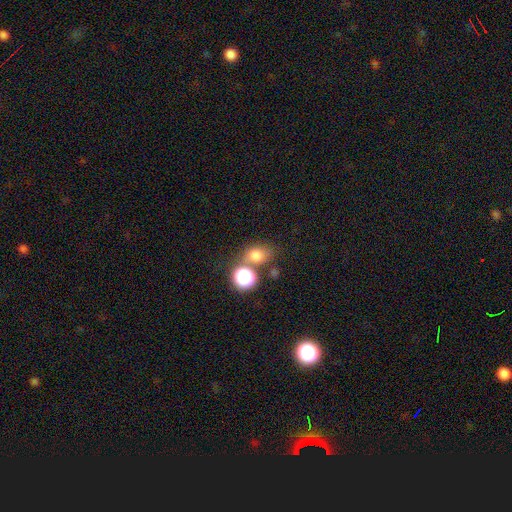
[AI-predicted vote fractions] This is likely a smooth galaxy (74%). How rounded: possibly round (50%). Merging: possibly none (56%).